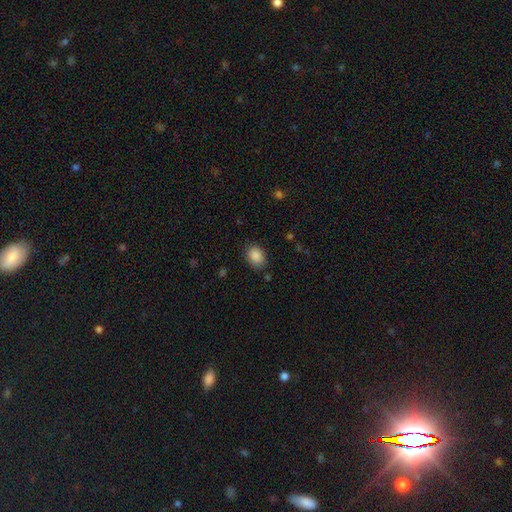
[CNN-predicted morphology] smooth-or-featured: smooth: 88% | star or artifact: 8% | featured or disk: 4%
  how-rounded: in between: 67% | round: 32% | cigar-shaped: 1%
  merging: none: 83% | minor disturbance: 12% | major disturbance: 3% | merger: 1%